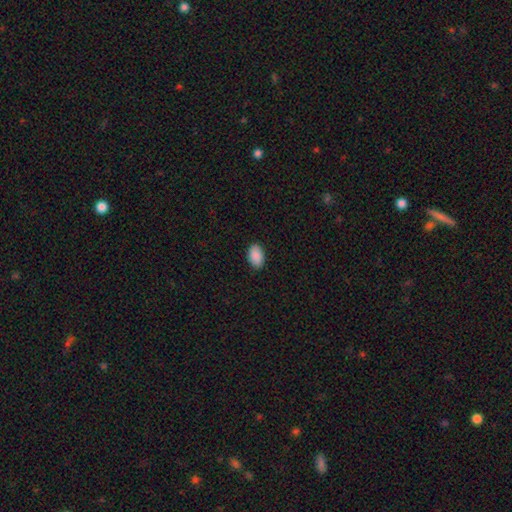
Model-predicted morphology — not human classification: smooth-or-featured: smooth: 90% | star or artifact: 7% | featured or disk: 3%
  how-rounded: in between: 90% | round: 9% | cigar-shaped: 1%
  merging: none: 88% | minor disturbance: 9% | major disturbance: 2% | merger: 1%